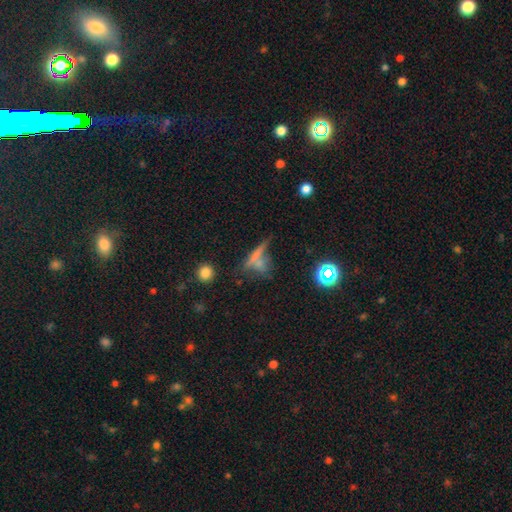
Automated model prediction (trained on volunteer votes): smooth-or-featured: smooth: 46% | featured or disk: 28% | star or artifact: 27%
  merging: none: 49% | merger: 18% | minor disturbance: 17% | major disturbance: 16%